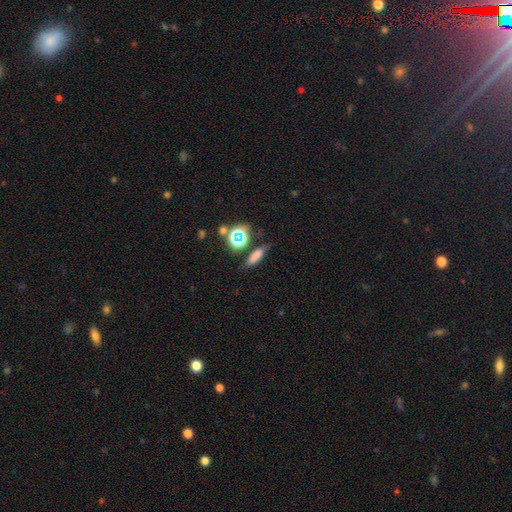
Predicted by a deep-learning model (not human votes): Smooth or featured? Predicted: smooth (p=0.66). How rounded? Predicted: cigar-shaped (p=0.46). Merging? Predicted: none (p=0.64).